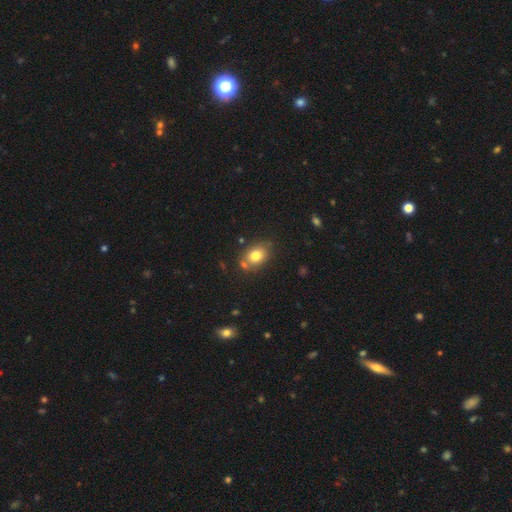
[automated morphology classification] The model was most divided on "how rounded": in between: 57%, round: 42%, cigar-shaped: 1%. More confident: smooth or featured — smooth (79%); merging — none (72%).